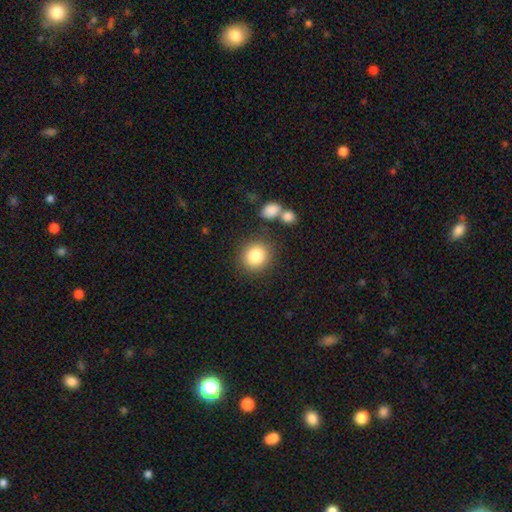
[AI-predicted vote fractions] Overall: smooth (83%). How rounded: round (84%). Merging: none (82%).